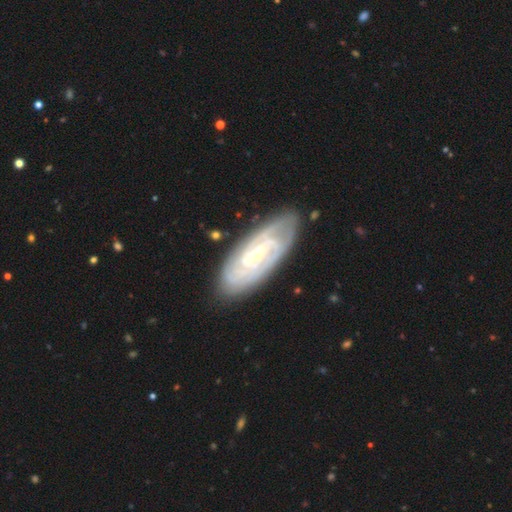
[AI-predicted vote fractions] Morphology: type=featured or disk (82%); edge-on=no (91%); bar=weak (46%); spiral arms=yes (93%); winding=tight (66%); arm count=can't tell (36%); bulge=small (66%); merging=none (79%).